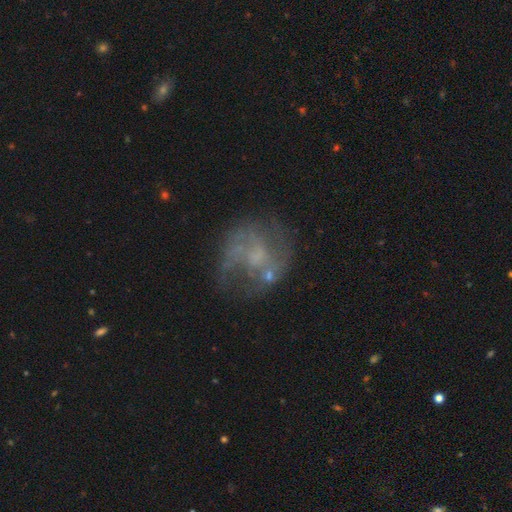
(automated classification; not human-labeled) Smooth or featured?
  - featured or disk: 70% *
  - smooth: 17%
  - star or artifact: 13%
Edge-on disk?
  - no: 98% *
  - yes: 2%
Bar?
  - no: 64% *
  - weak: 30%
  - strong: 6%
Spiral arms?
  - yes: 72% *
  - no: 28%
Bulge size?
  - none: 43% *
  - small: 34%
  - moderate: 19%
  - large: 3%
  - dominant: 1%
Merging?
  - none: 56% *
  - major disturbance: 19%
  - minor disturbance: 18%
  - merger: 7%